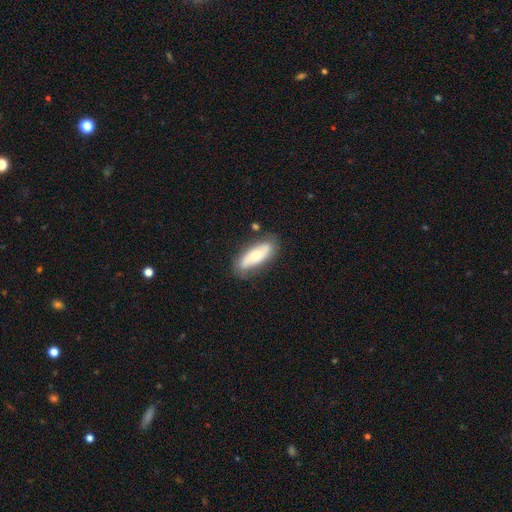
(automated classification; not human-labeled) smooth 55%, featured or disk 39%, star or artifact 6%. Down the decision tree: how rounded — in between (70%); merging — none (75%).